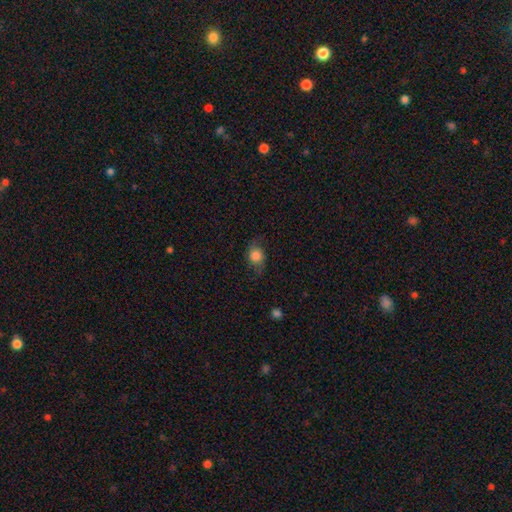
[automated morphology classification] A smooth galaxy with no disk features (69%) that is round (59%).

Vote fractions:
- Smooth or featured? smooth: 69% / featured or disk: 21% / star or artifact: 10%
- How rounded? round: 59% / in between: 39% / cigar-shaped: 2%
- Merging? none: 66% / minor disturbance: 22% / major disturbance: 10% / merger: 1%